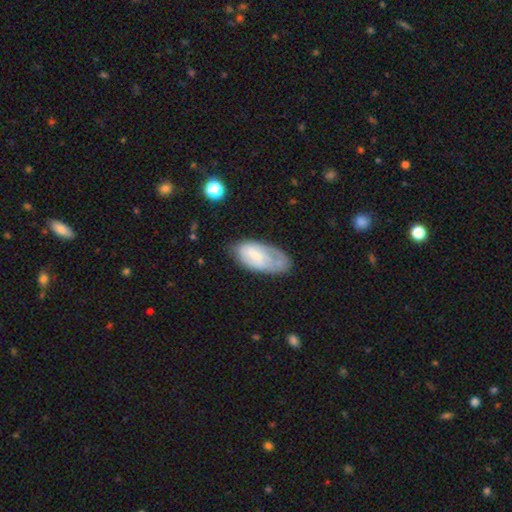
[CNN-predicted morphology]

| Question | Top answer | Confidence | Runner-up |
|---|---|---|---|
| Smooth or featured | smooth | 51% | featured or disk (42%) |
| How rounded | in between | 91% | cigar-shaped (6%) |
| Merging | none | 48% | minor disturbance (33%) |